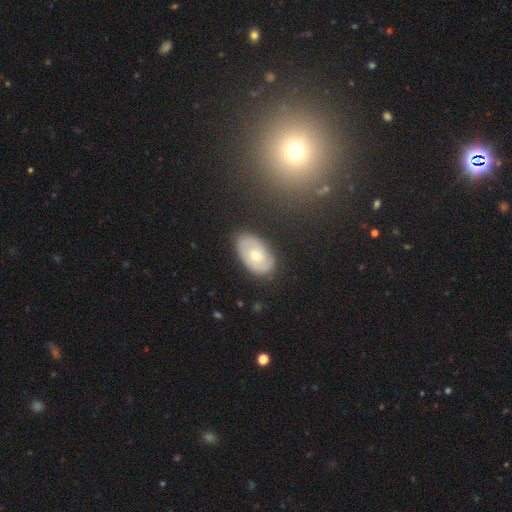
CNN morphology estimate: smooth-or-featured: featured or disk: 56% | smooth: 37% | star or artifact: 7%
  disk-edge-on: no: 94% | yes: 6%
    bar: no: 79% | weak: 18% | strong: 3%
    has-spiral-arms: yes: 65% | no: 35%
    bulge-size: moderate: 52% | small: 45% | large: 2% | none: 1% | dominant: 1%
  merging: none: 80% | minor disturbance: 15% | major disturbance: 4% | merger: 1%